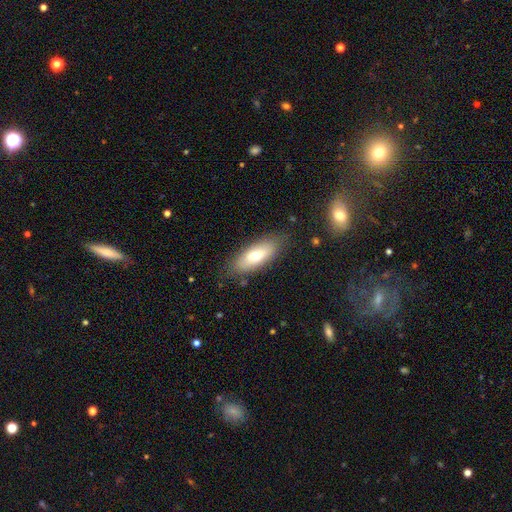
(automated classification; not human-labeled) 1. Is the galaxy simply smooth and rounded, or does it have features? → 68% smooth, 25% featured or disk, 7% star or artifact.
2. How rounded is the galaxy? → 74% in between, 23% cigar-shaped, 2% round.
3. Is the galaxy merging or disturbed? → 81% none, 14% minor disturbance, 4% major disturbance, 2% merger.